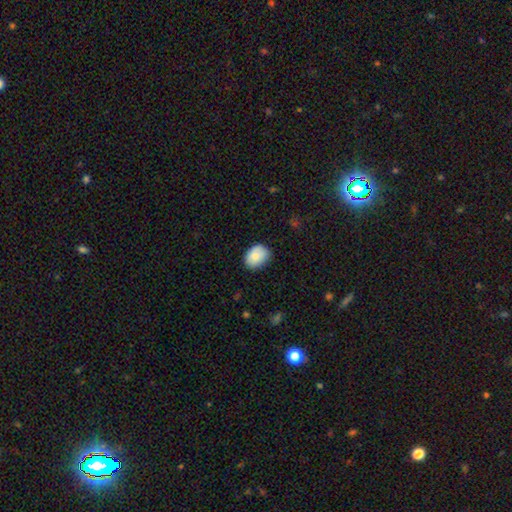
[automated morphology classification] The model was most divided on "how rounded": in between: 67%, round: 32%, cigar-shaped: 1%. More confident: smooth or featured — smooth (84%); merging — none (76%).